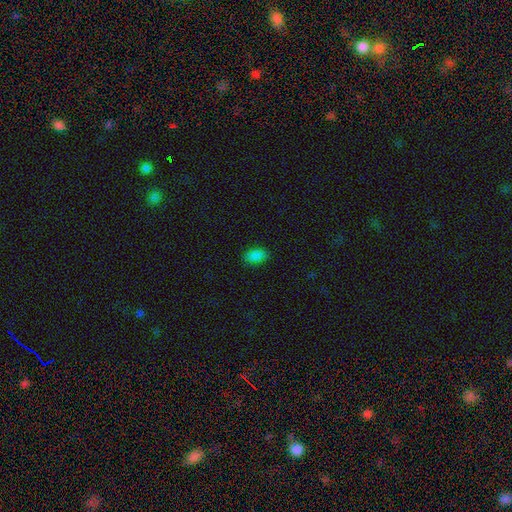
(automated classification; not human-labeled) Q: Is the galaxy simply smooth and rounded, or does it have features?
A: smooth — 85%.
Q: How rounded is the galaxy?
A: in between — 91%.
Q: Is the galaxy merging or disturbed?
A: none — 88%.